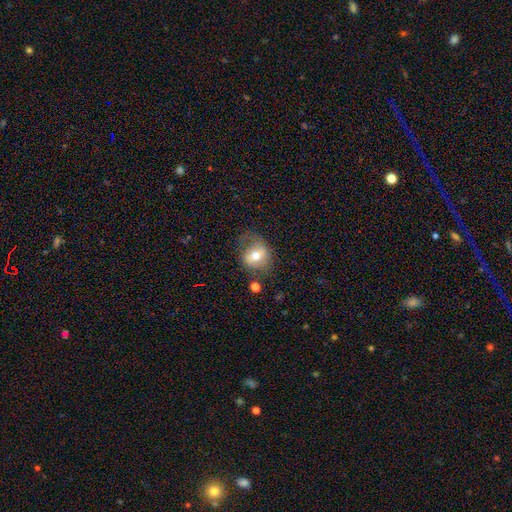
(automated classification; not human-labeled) A smooth galaxy with no disk features (55%) that is round (64%).

Vote fractions:
- Smooth or featured? smooth: 55% / featured or disk: 37% / star or artifact: 9%
- How rounded? round: 64% / in between: 35% / cigar-shaped: 1%
- Merging? none: 52% / minor disturbance: 26% / major disturbance: 19% / merger: 3%